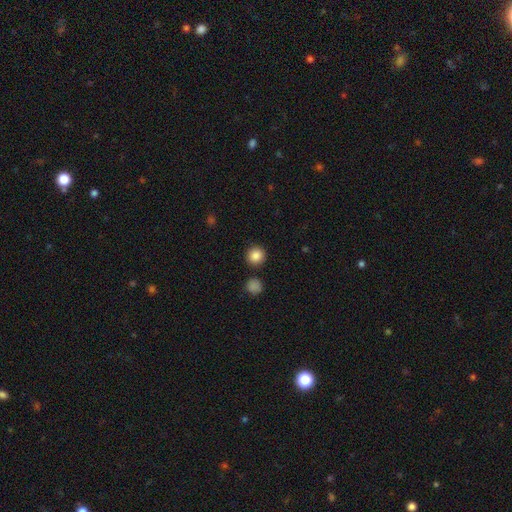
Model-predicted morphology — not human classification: smooth 87%, star or artifact 10%, featured or disk 4%. Down the decision tree: how rounded — round (94%); merging — none (88%).